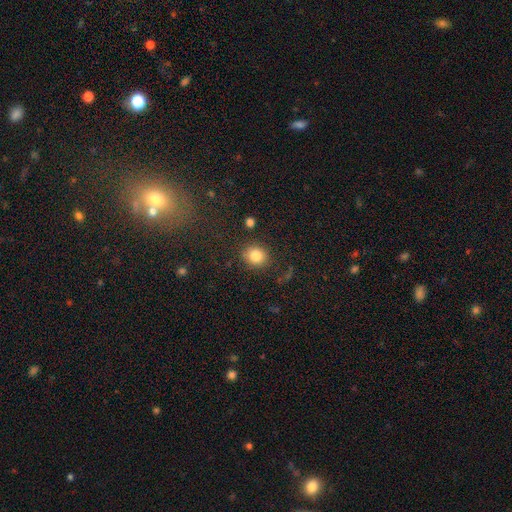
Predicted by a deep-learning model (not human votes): This appears to be a smooth galaxy with no disk features (83%) that is round (81%). Merging: none (84%).